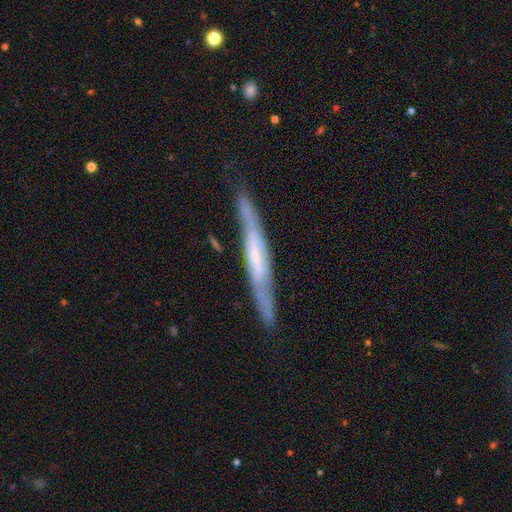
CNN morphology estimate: smooth-or-featured: featured or disk: 72% | smooth: 22% | star or artifact: 6%
  disk-edge-on: yes: 78% | no: 22%
    edge-on-bulge: none: 56% | rounded: 24% | boxy: 19%
  merging: none: 79% | minor disturbance: 15% | major disturbance: 4% | merger: 2%